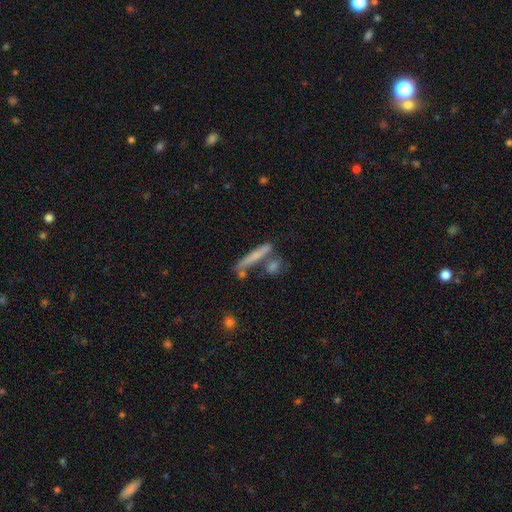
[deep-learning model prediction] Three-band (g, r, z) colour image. It shows a smooth galaxy with no disk features (60%) that is cigar-shaped (90%). Merging: none (64%).